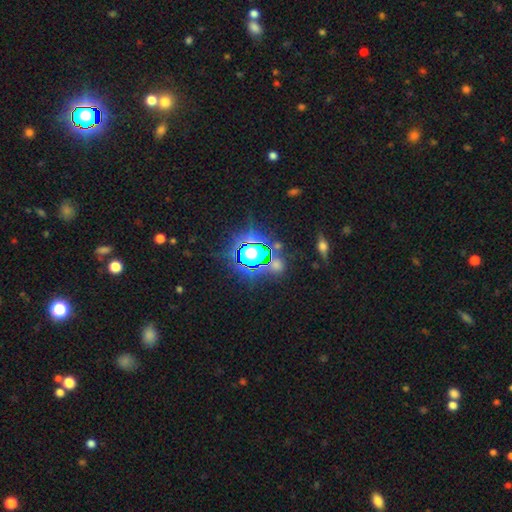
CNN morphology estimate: This appears to be a star or artifact, not a galaxy (77%).